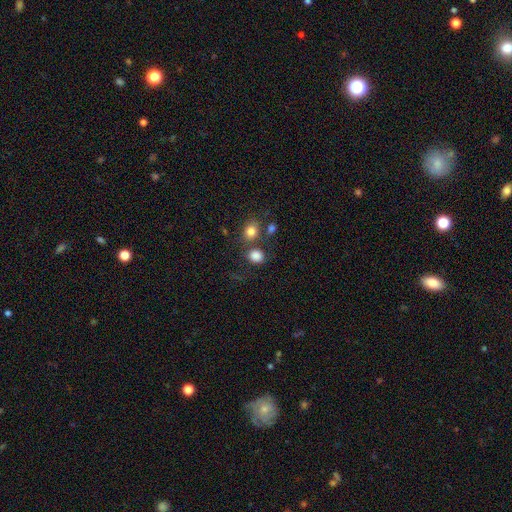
smooth-or-featured: smooth: 98% | featured or disk: 2% | star or artifact: 0%
  how-rounded: round: 62% | in between: 38% | cigar-shaped: 0%
  merging: none: 82% | minor disturbance: 12% | merger: 5% | major disturbance: 0%